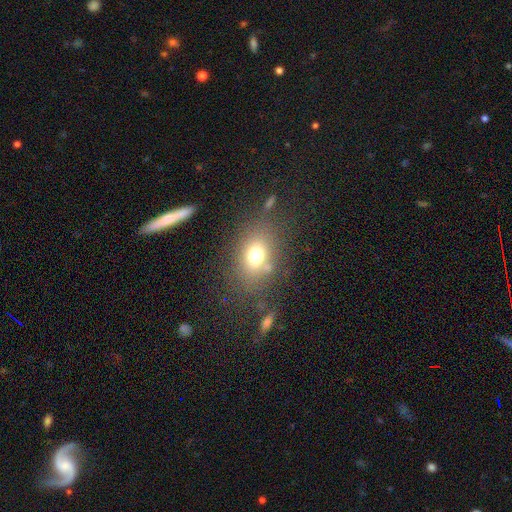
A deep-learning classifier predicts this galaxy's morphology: Smooth or featured: smooth — 73% (featured or disk — 14%)
How rounded: in between — 67% (round — 32%)
Merging: none — 70% (minor disturbance — 14%)